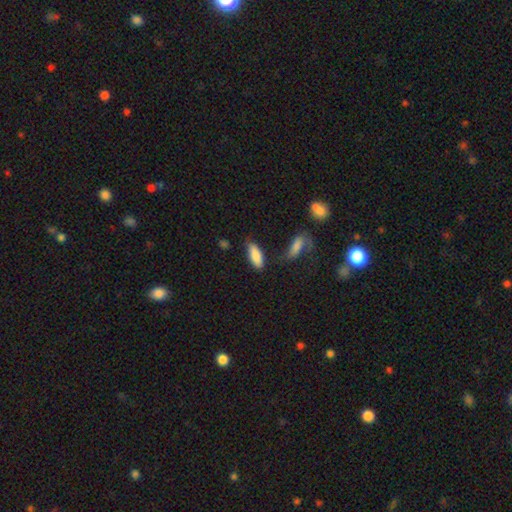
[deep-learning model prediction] Q: Smooth or featured?
A: smooth (85%); runner-up: featured or disk (9%)
Q: How rounded?
A: in between (74%); runner-up: cigar-shaped (24%)
Q: Merging?
A: none (67%); runner-up: minor disturbance (20%)